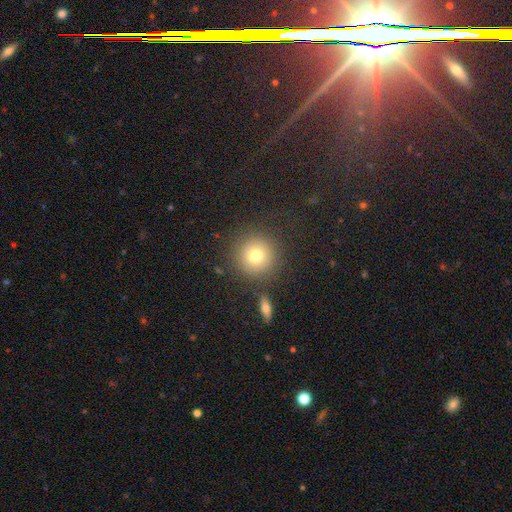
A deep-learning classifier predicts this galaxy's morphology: This appears to be a smooth galaxy with no disk features (77%) that is round (94%). Merging: none (84%).